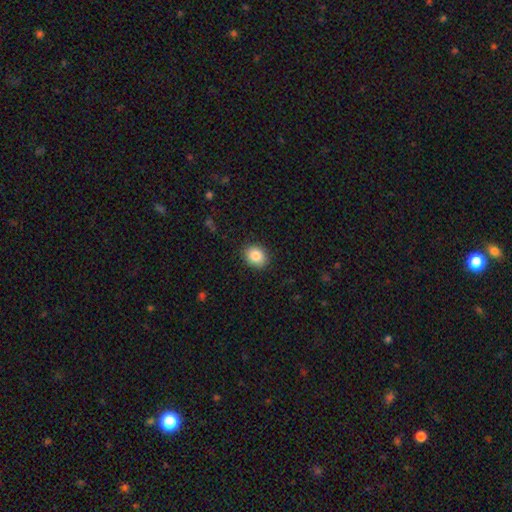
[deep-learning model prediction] smooth_or_featured: smooth (p=0.85) [alt: star or artifact p=0.09]
how_rounded: round (p=0.56) [alt: in between p=0.43]
merging: none (p=0.90) [alt: minor disturbance p=0.07]